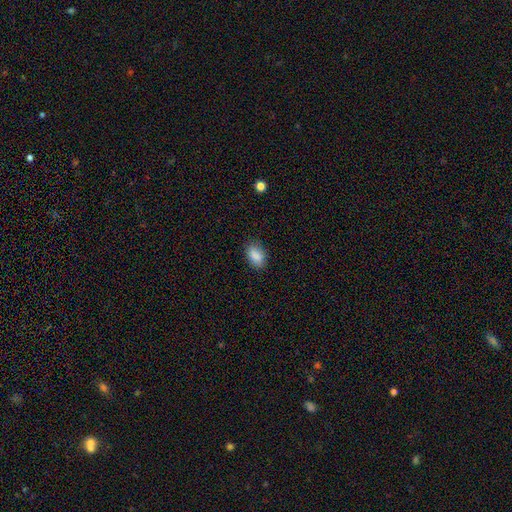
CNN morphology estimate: smooth-or-featured: smooth: 88% | star or artifact: 8% | featured or disk: 4%
  how-rounded: in between: 89% | round: 9% | cigar-shaped: 2%
  merging: none: 83% | minor disturbance: 13% | major disturbance: 3% | merger: 1%